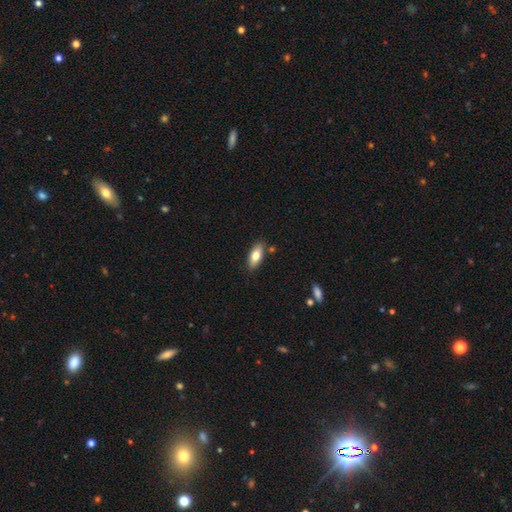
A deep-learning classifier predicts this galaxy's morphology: Overall: smooth (75%). How rounded: in between (82%). Merging: none (85%).